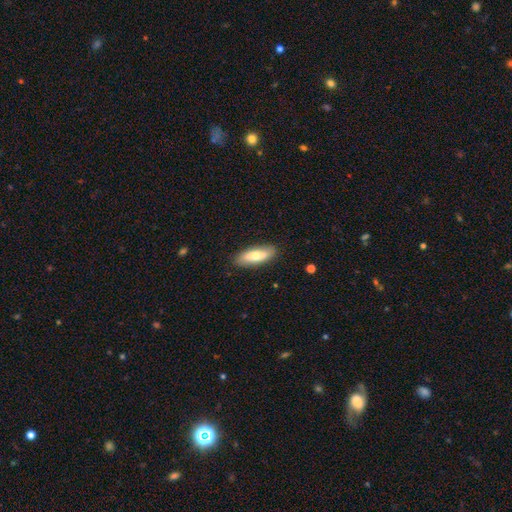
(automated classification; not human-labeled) Smooth or featured: smooth — 68% (featured or disk — 26%)
How rounded: in between — 66% (cigar-shaped — 32%)
Merging: none — 86% (minor disturbance — 11%)